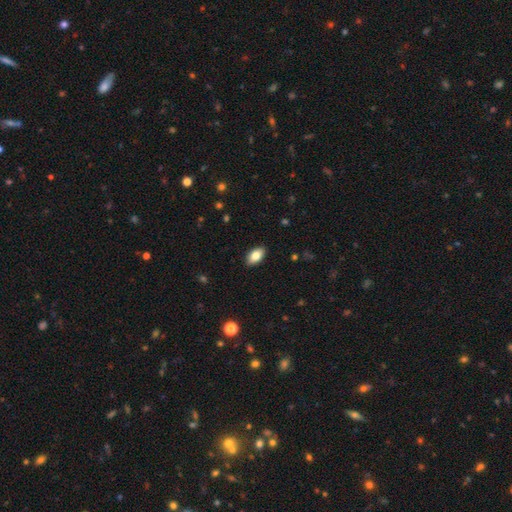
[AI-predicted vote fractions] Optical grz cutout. It shows a smooth galaxy with no disk features (82%) that is in between round and cigar-shaped (93%). Merging: none (89%).